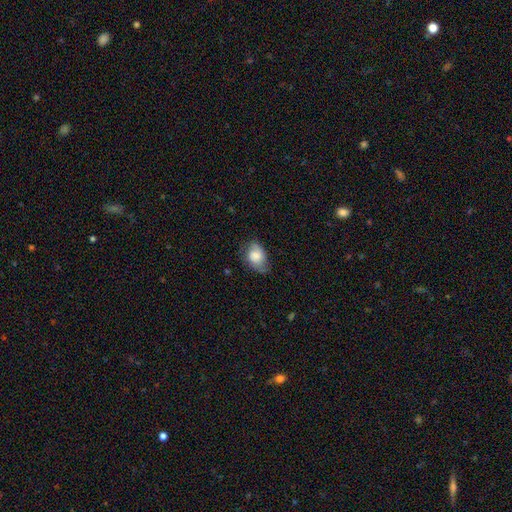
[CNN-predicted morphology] smooth_or_featured: smooth (p=0.66) [alt: featured or disk p=0.26]
how_rounded: in between (p=0.77) [alt: round p=0.22]
merging: none (p=0.57) [alt: minor disturbance p=0.32]